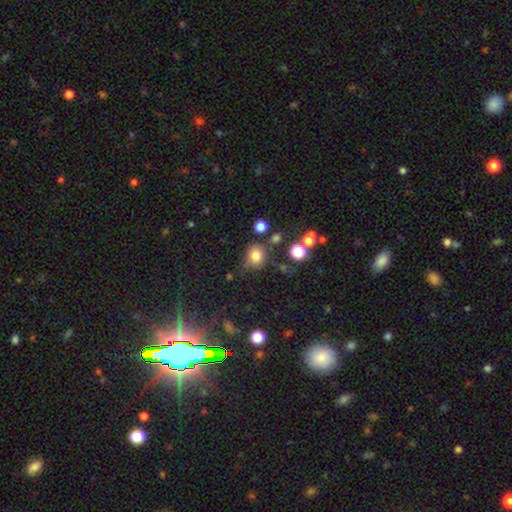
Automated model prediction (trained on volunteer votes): Smooth or featured? smooth (79%)
How rounded? round (78%)
Merging? none (67%)